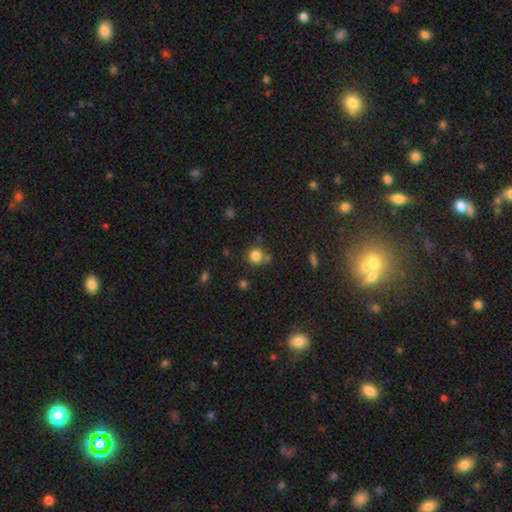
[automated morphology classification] This is clearly a smooth galaxy (82%). How rounded: clearly round (92%). Merging: likely none (71%).